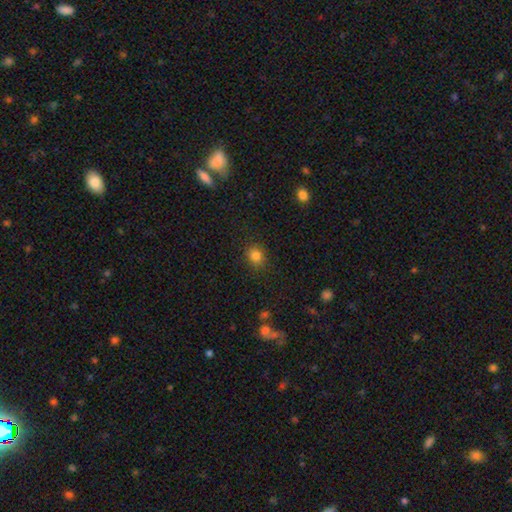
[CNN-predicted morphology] smooth 82%, star or artifact 13%, featured or disk 5%. Down the decision tree: how rounded — round (82%); merging — none (87%).